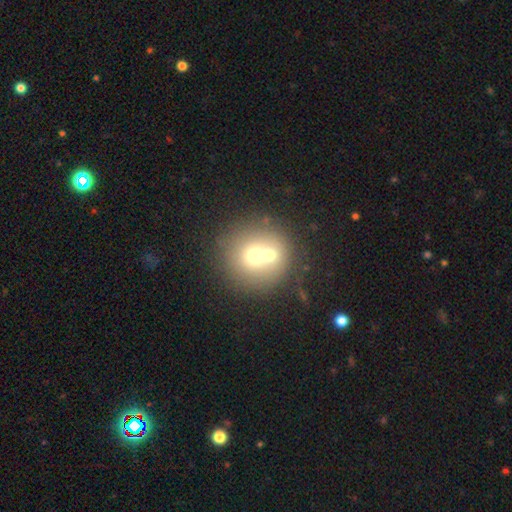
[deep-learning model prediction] Smooth or featured? Predicted: smooth (p=0.64). How rounded? Predicted: round (p=0.92). Merging? Predicted: merger (p=0.46).